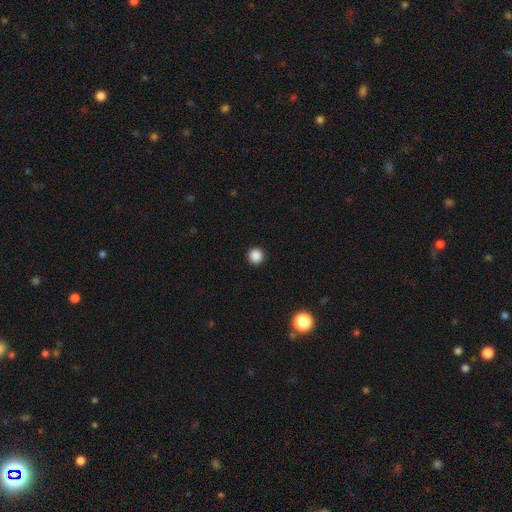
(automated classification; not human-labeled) The model was most divided on "smooth or featured": smooth: 87%, star or artifact: 11%, featured or disk: 2%. More confident: how rounded — round (96%); merging — none (93%).